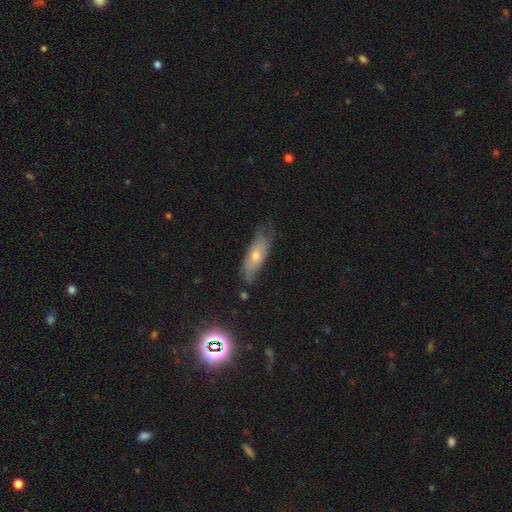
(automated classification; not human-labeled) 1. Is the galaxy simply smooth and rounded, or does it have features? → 56% smooth, 35% featured or disk, 9% star or artifact.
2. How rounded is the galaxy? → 63% in between, 34% cigar-shaped, 3% round.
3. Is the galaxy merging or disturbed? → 59% none, 30% minor disturbance, 9% major disturbance, 2% merger.